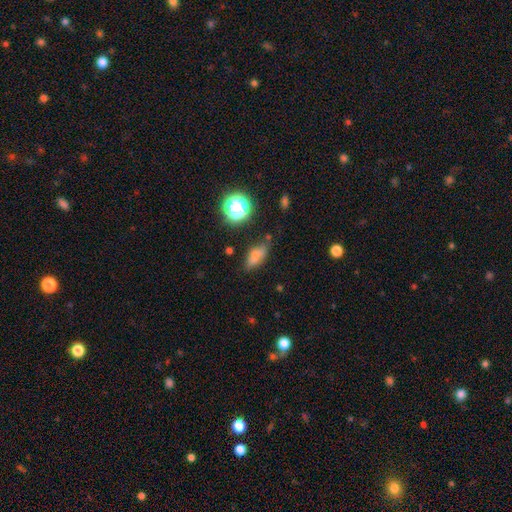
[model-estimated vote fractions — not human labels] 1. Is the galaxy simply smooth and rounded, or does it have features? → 71% smooth, 16% star or artifact, 14% featured or disk.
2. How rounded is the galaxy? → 73% in between, 16% cigar-shaped, 11% round.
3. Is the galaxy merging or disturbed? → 57% none, 28% minor disturbance, 10% major disturbance, 5% merger.